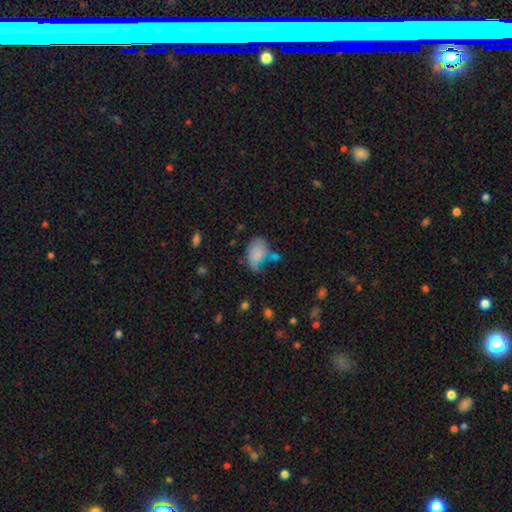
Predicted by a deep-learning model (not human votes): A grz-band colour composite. It shows a smooth galaxy with no disk features (72%) that is in between round and cigar-shaped (82%). Merging: none (34%).